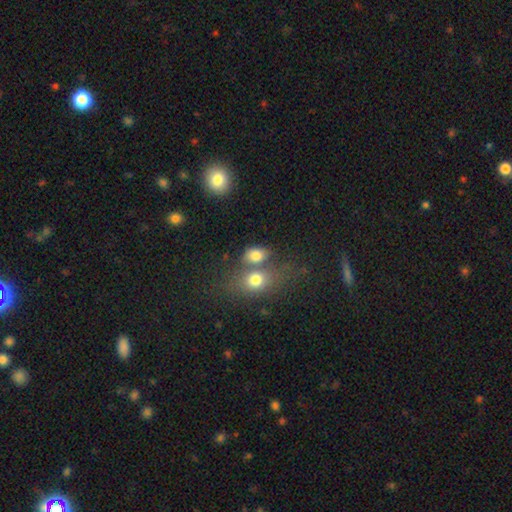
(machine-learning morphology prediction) Overall: smooth (77%). How rounded: in between (67%; round 31%). Merging: merger (42%; none 41%).